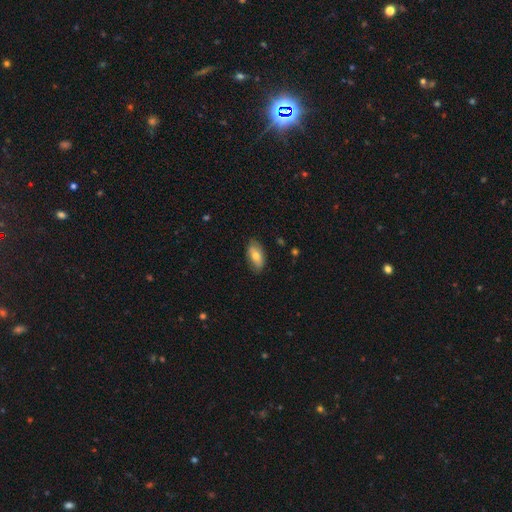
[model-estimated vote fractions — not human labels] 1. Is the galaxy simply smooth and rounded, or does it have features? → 70% smooth, 24% featured or disk, 7% star or artifact.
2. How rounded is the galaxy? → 90% in between, 7% cigar-shaped, 4% round.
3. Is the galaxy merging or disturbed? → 82% none, 15% minor disturbance, 2% major disturbance, 1% merger.